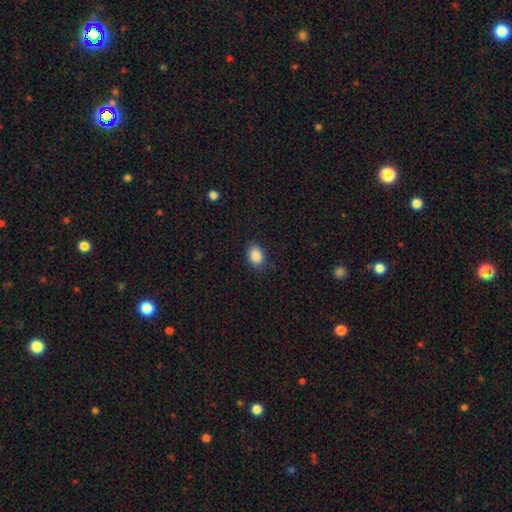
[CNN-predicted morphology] smooth-or-featured: smooth: 88% | star or artifact: 8% | featured or disk: 4%
  how-rounded: in between: 75% | round: 24% | cigar-shaped: 1%
  merging: none: 82% | minor disturbance: 14% | major disturbance: 3% | merger: 1%